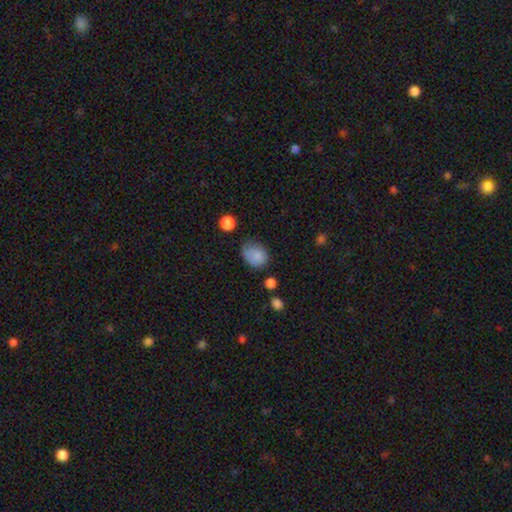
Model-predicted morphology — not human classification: This appears to be a smooth galaxy with no disk features (83%) that is in between round and cigar-shaped (59%). Merging: none (50%).